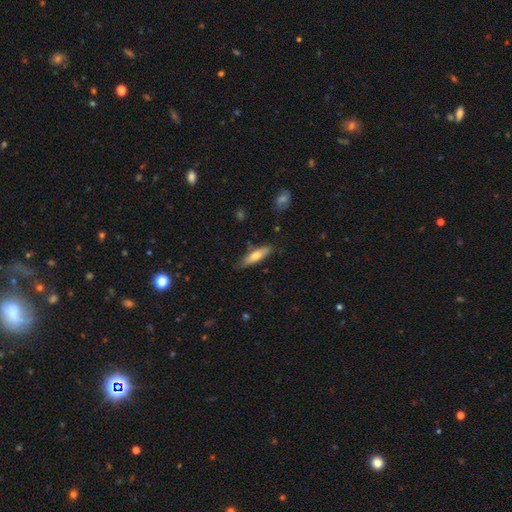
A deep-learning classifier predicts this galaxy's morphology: This is likely a smooth galaxy (64%). How rounded: likely cigar-shaped (66%). Merging: likely none (78%).